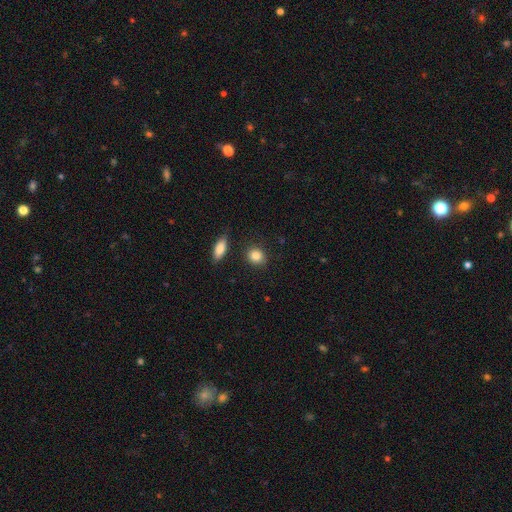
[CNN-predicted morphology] Q: Smooth or featured?
A: smooth (85%); runner-up: star or artifact (9%)
Q: How rounded?
A: round (69%); runner-up: in between (29%)
Q: Merging?
A: none (85%); runner-up: minor disturbance (9%)